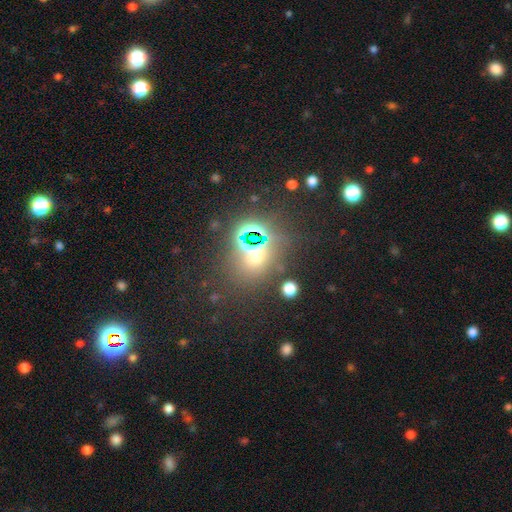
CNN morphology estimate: Q: Smooth or featured?
A: star or artifact (48%); runner-up: smooth (42%)